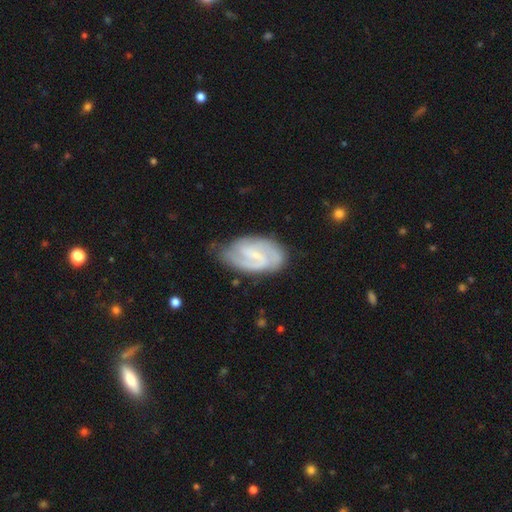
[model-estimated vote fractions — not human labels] smooth-or-featured: featured or disk: 83% | smooth: 12% | star or artifact: 5%
  disk-edge-on: no: 97% | yes: 3%
    bar: weak: 52% | strong: 29% | no: 19%
    has-spiral-arms: yes: 95% | no: 5%
      spiral-winding: medium: 46% | tight: 38% | loose: 16%
      spiral-arm-count: 2: 78% | can't tell: 9% | 3: 6% | 1: 3% | 4: 2% | more than 4: 2%
    bulge-size: small: 62% | none: 20% | moderate: 15% | large: 1% | dominant: 1%
  merging: none: 70% | minor disturbance: 22% | major disturbance: 6% | merger: 2%